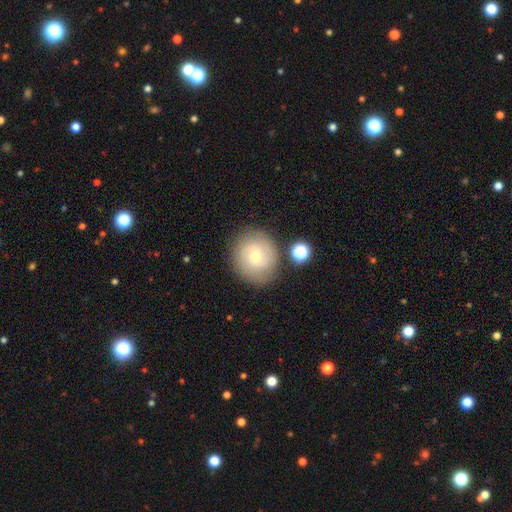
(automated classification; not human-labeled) Smooth or featured? smooth (47%)
Merging? none (79%)